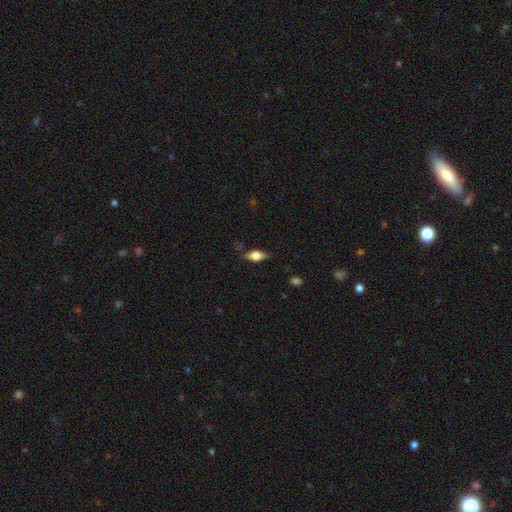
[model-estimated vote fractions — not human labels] Morphology: type=smooth (47%); merging=none (70%).